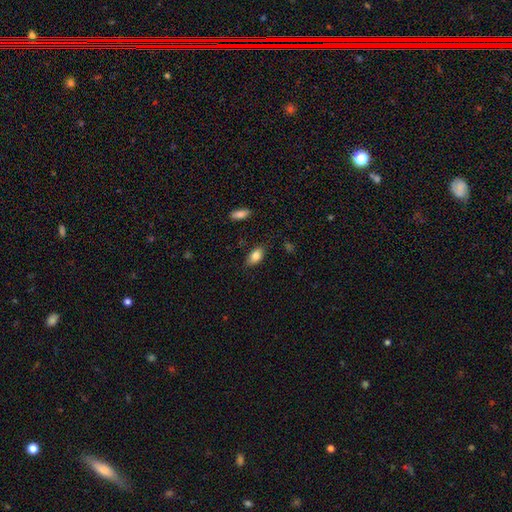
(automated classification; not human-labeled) Smooth or featured? Predicted: smooth (p=0.83). How rounded? Predicted: in between (p=0.91). Merging? Predicted: none (p=0.83).